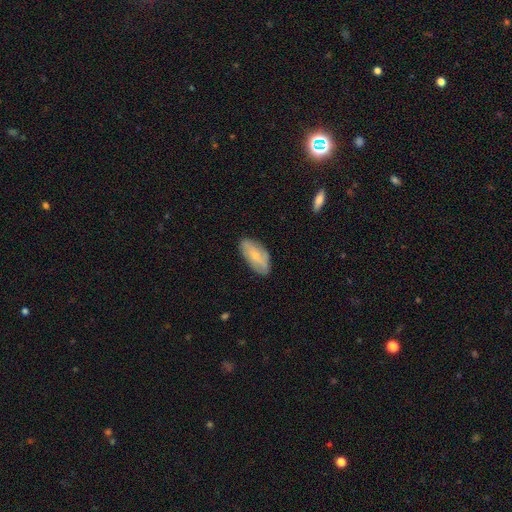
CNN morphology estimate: smooth 58%, featured or disk 35%, star or artifact 7%. Down the decision tree: how rounded — in between (89%); merging — none (78%).